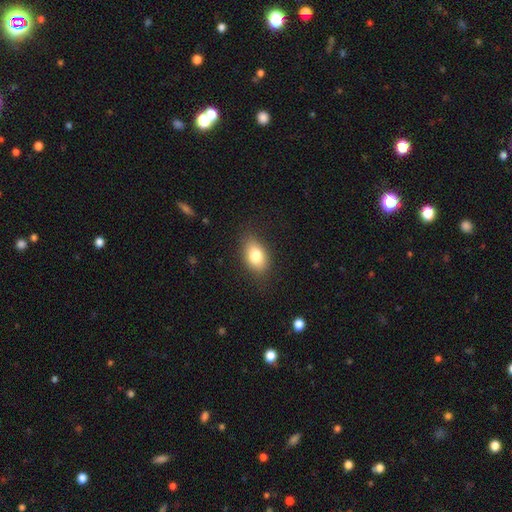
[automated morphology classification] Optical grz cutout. It shows a smooth galaxy with no disk features (79%) that is in between round and cigar-shaped (84%). Merging: none (82%).